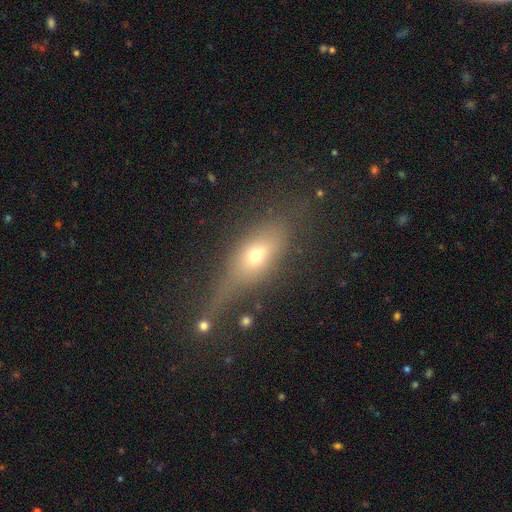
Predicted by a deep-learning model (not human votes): The model was most divided on "merging": none: 46%, major disturbance: 23%, minor disturbance: 22%, merger: 9%. More confident: how rounded — in between (62%); smooth or featured — smooth (55%).